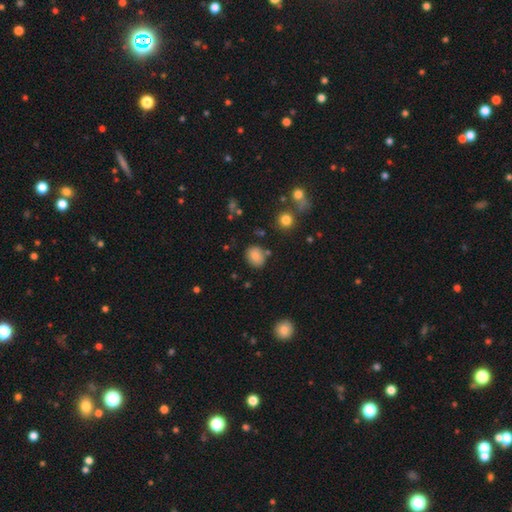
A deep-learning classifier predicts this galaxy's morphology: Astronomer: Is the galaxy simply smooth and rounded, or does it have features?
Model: smooth — 80%.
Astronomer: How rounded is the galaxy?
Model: round — 54% (runner-up: in between, 45%).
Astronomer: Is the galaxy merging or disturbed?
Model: none — 80%.